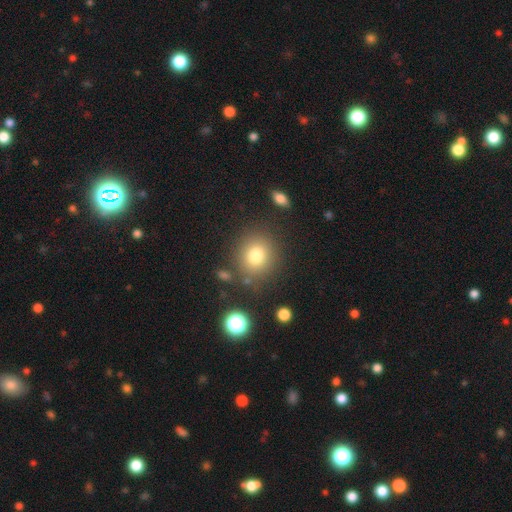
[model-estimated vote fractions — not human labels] smooth-or-featured: smooth: 78% | star or artifact: 12% | featured or disk: 9%
  how-rounded: round: 79% | in between: 20% | cigar-shaped: 1%
  merging: none: 81% | minor disturbance: 10% | merger: 5% | major disturbance: 4%